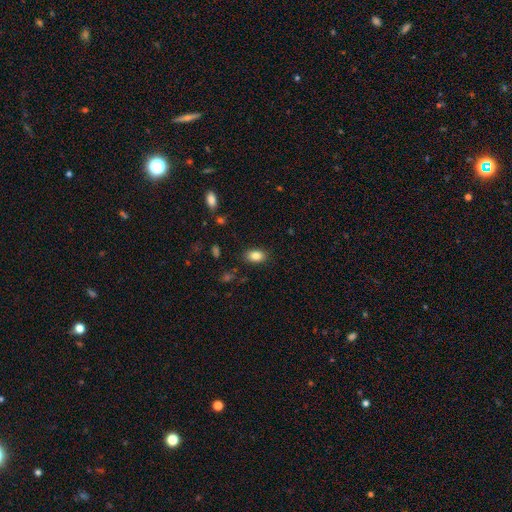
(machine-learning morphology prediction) Overall: smooth (86%). How rounded: in between (88%). Merging: none (85%).